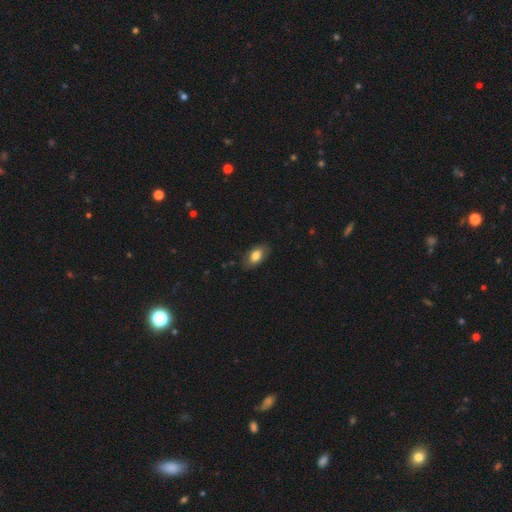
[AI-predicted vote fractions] Smooth or featured?
  - smooth: 81% *
  - featured or disk: 12%
  - star or artifact: 7%
How rounded?
  - in between: 91% *
  - round: 6%
  - cigar-shaped: 3%
Merging?
  - none: 81% *
  - minor disturbance: 15%
  - major disturbance: 3%
  - merger: 1%